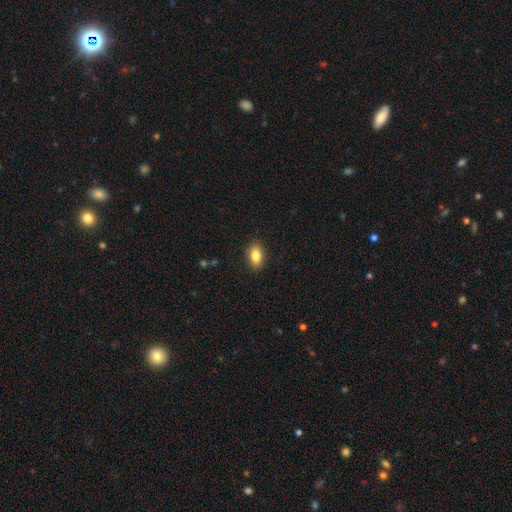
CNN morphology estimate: Smooth or featured? smooth (84%)
How rounded? in between (85%)
Merging? none (88%)